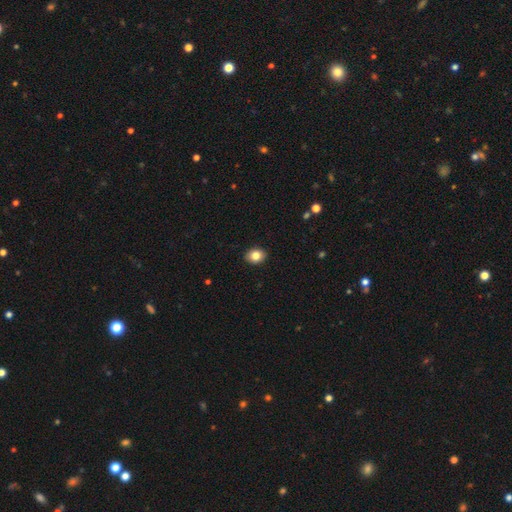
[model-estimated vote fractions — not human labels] smooth-or-featured: smooth: 83% | star or artifact: 9% | featured or disk: 8%
  how-rounded: round: 50% | in between: 49% | cigar-shaped: 1%
  merging: none: 91% | minor disturbance: 6% | major disturbance: 2% | merger: 1%